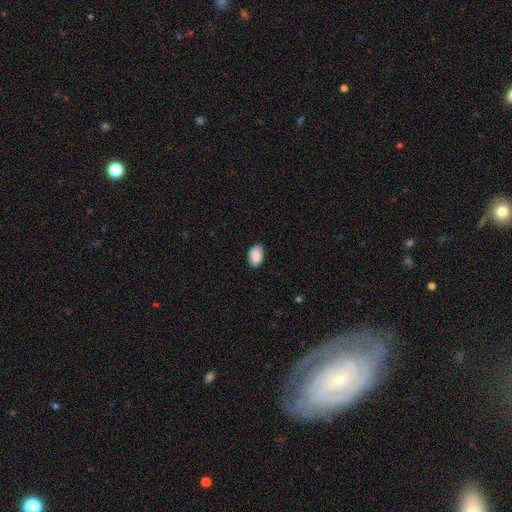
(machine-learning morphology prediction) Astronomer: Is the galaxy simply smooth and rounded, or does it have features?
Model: smooth — 90%.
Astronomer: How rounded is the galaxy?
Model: in between — 91%.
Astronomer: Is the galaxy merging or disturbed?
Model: none — 82%.